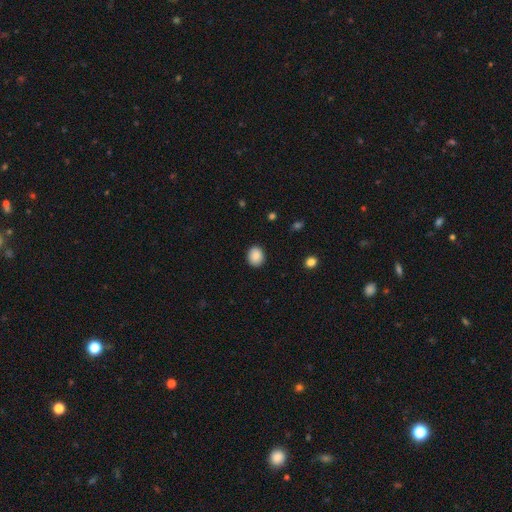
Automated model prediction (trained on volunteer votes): The model was most divided on "how rounded": round: 56%, in between: 43%, cigar-shaped: 1%. More confident: merging — none (90%); smooth or featured — smooth (88%).